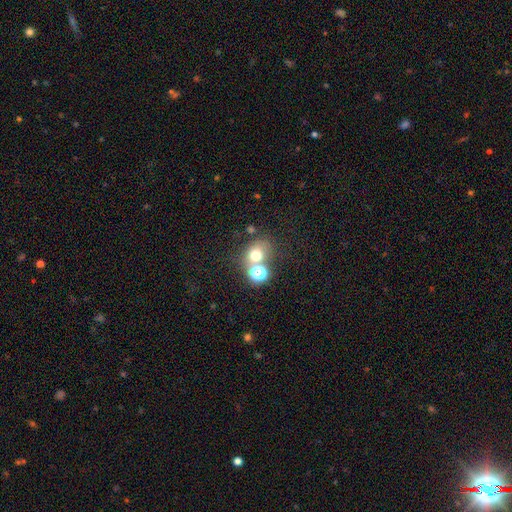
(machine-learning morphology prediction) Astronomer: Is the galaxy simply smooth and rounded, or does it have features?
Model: smooth — 65%.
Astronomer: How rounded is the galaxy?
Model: round — 65%.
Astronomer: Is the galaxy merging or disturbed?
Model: none — 52% (runner-up: merger, 32%).